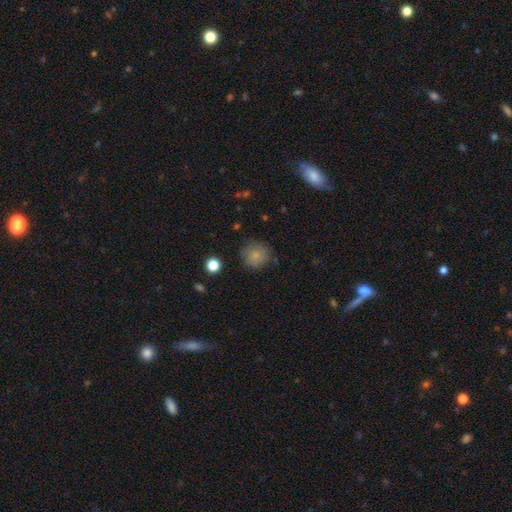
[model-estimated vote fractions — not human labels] Q: Smooth or featured?
A: smooth (81%); runner-up: star or artifact (11%)
Q: How rounded?
A: round (91%); runner-up: in between (8%)
Q: Merging?
A: none (80%); runner-up: minor disturbance (14%)